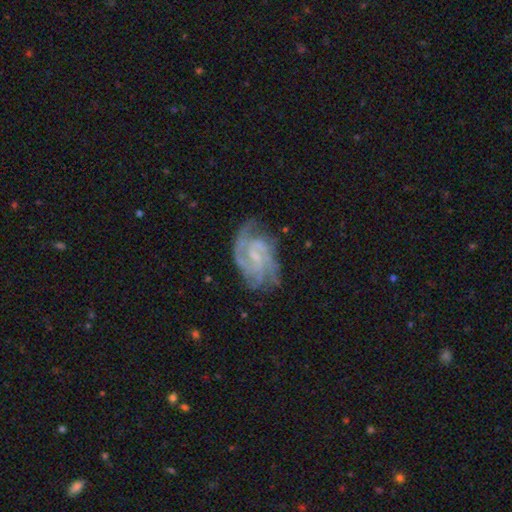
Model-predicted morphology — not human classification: Smooth or featured: featured or disk — 85% (smooth — 9%)
Edge-on disk: no — 97% (yes — 3%)
Bar: weak — 48% (no — 42%)
Spiral arms: yes — 95% (no — 5%)
Spiral winding: tight — 50% (medium — 40%)
Spiral arm count: 2 — 29% (can't tell — 27%)
Bulge size: small — 60% (moderate — 19%)
Merging: none — 63% (minor disturbance — 22%)